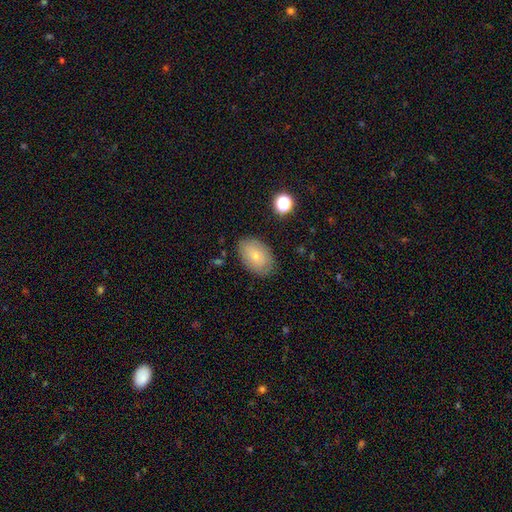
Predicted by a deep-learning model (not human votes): Morphology: type=smooth (70%); roundness=in between (87%); merging=none (82%).